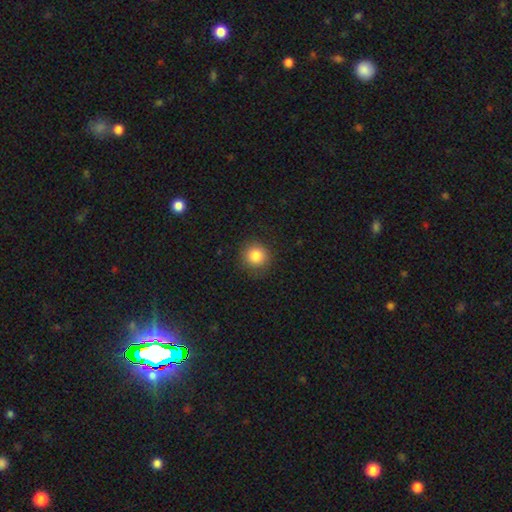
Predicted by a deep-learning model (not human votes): smooth 84%, star or artifact 11%, featured or disk 6%. Down the decision tree: how rounded — round (93%); merging — none (88%).